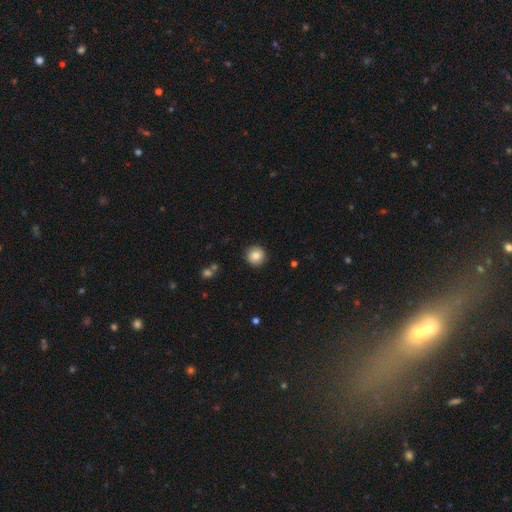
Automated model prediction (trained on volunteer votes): Overall: smooth (84%). How rounded: round (95%). Merging: none (91%).